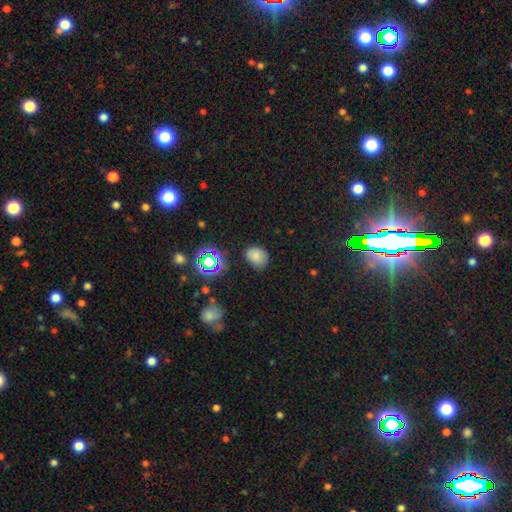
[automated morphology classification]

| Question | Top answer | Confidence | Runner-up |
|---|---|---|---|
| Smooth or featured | smooth | 74% | star or artifact (19%) |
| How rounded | in between | 54% | round (45%) |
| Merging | none | 77% | minor disturbance (17%) |